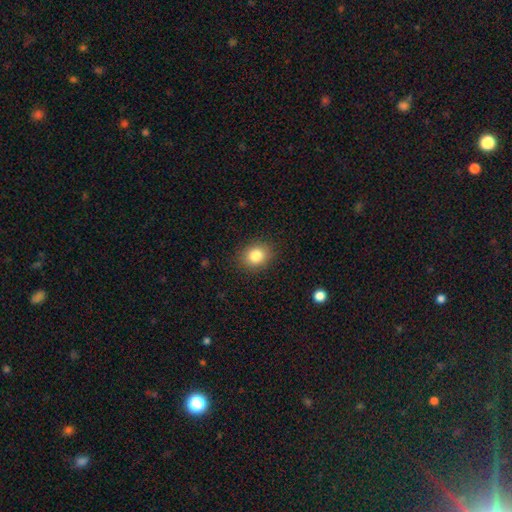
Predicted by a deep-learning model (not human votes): smooth 83%, star or artifact 10%, featured or disk 7%. Down the decision tree: how rounded — round (57%); merging — none (88%).